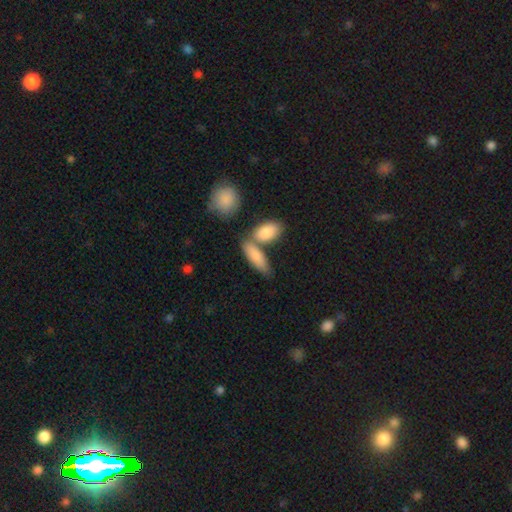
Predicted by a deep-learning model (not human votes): Smooth or featured?
  - smooth: 82% *
  - featured or disk: 12%
  - star or artifact: 6%
How rounded?
  - in between: 68% *
  - cigar-shaped: 29%
  - round: 4%
Merging?
  - none: 54% *
  - merger: 30%
  - minor disturbance: 13%
  - major disturbance: 4%